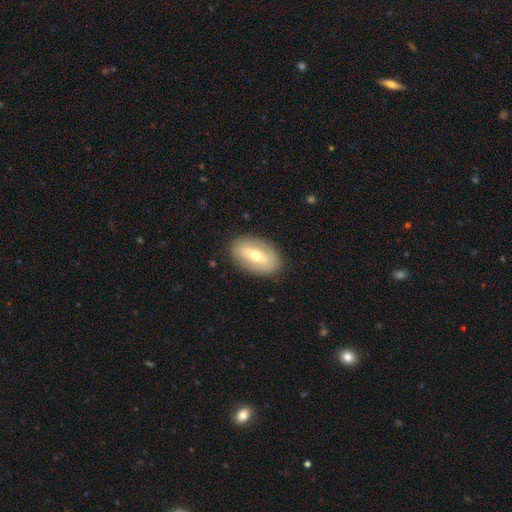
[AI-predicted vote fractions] smooth 49%, featured or disk 44%, star or artifact 7%. Down the decision tree: merging — none (87%).